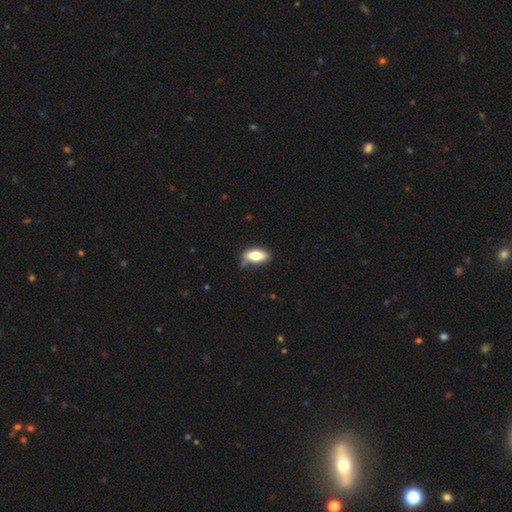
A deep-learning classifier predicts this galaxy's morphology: The model was most divided on "smooth or featured": smooth: 73%, featured or disk: 20%, star or artifact: 7%. More confident: how rounded — in between (84%); merging — none (76%).